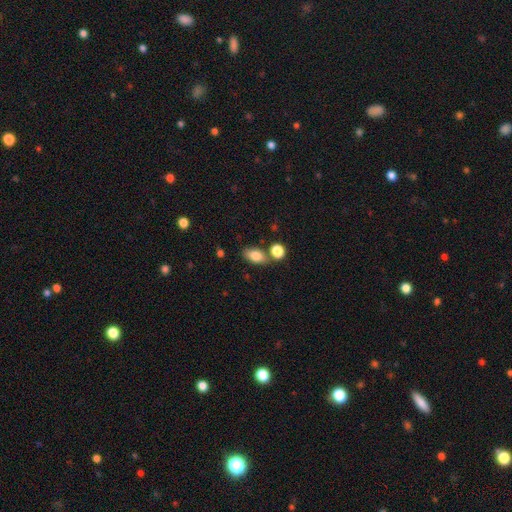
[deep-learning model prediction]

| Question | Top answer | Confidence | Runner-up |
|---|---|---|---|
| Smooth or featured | smooth | 79% | featured or disk (12%) |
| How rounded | in between | 86% | round (9%) |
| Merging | none | 70% | merger (14%) |